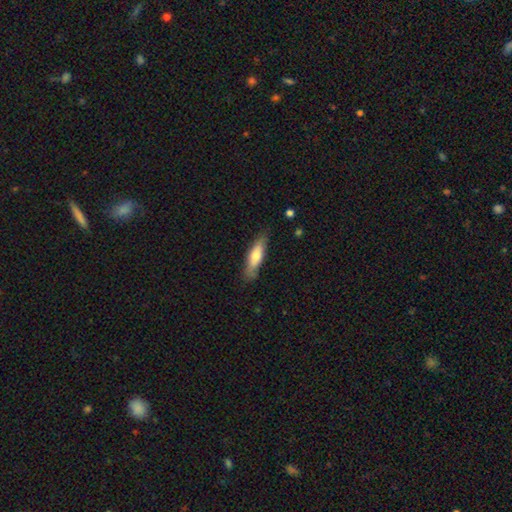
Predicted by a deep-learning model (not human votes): Morphology: type=smooth (68%); roundness=cigar-shaped (61%); merging=none (77%).